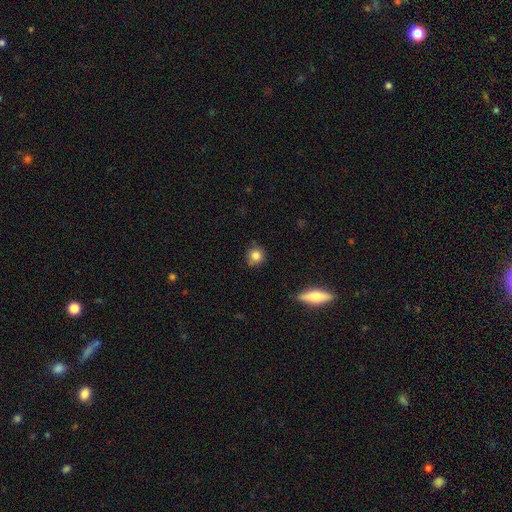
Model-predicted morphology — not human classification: Smooth or featured? smooth (82%)
How rounded? round (91%)
Merging? none (79%)